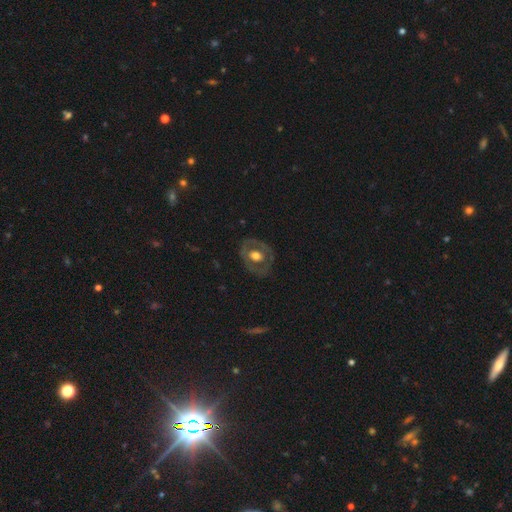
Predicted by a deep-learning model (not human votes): Morphology: type=featured or disk (57%); edge-on=no (94%); bar=no (77%); spiral arms=no (83%); bulge=moderate (58%); merging=none (76%).